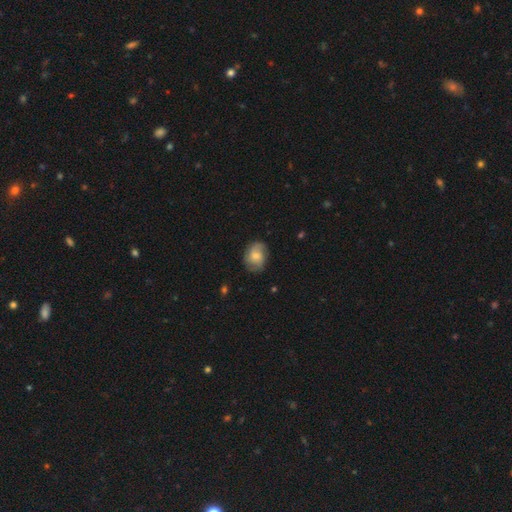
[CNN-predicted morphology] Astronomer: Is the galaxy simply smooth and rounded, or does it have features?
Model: smooth — 53% (runner-up: featured or disk, 40%).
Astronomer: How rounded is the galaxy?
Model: in between — 55% (runner-up: round, 44%).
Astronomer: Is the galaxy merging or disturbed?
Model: none — 74%.